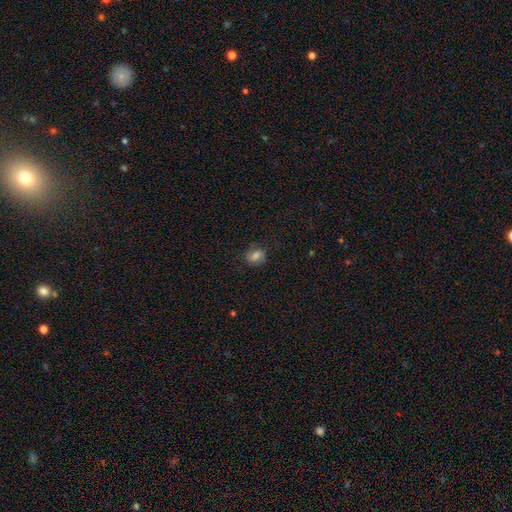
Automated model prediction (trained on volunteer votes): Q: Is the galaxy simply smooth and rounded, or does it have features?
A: smooth — 72%.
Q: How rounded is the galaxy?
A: round — 54%.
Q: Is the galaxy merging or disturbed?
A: none — 78%.